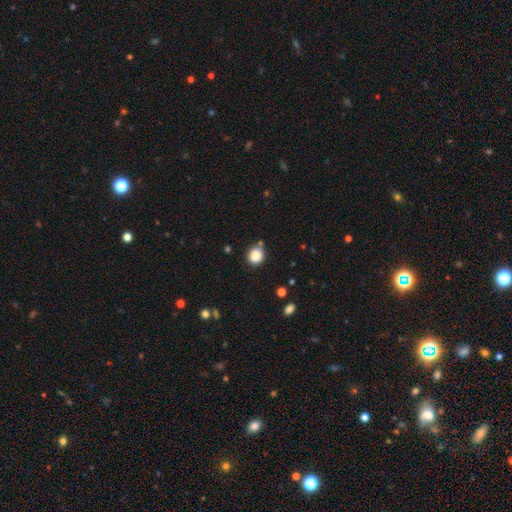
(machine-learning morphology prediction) Q: Smooth or featured?
A: smooth (85%); runner-up: star or artifact (11%)
Q: How rounded?
A: round (83%); runner-up: in between (16%)
Q: Merging?
A: none (79%); runner-up: minor disturbance (13%)